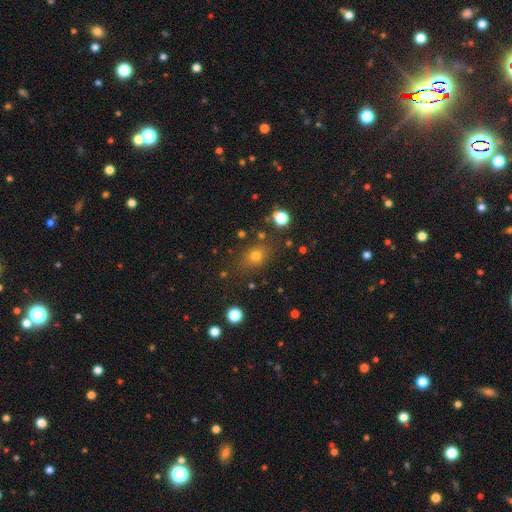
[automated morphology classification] smooth 72%, star or artifact 18%, featured or disk 10%. Down the decision tree: how rounded — round (51%); merging — none (78%).